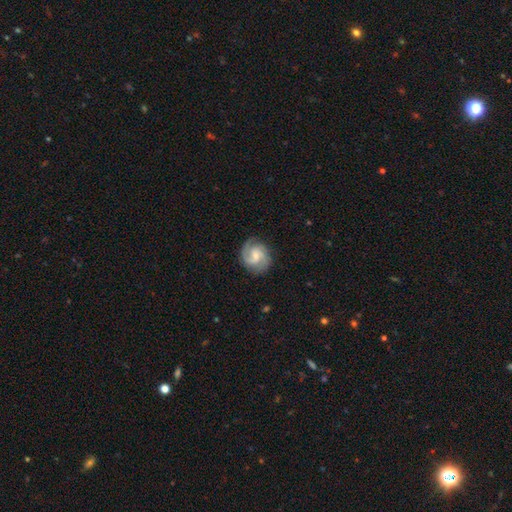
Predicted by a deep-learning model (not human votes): Smooth or featured? featured or disk (83%)
Edge-on disk? no (98%)
Bar? weak (47%)
Spiral arms? yes (97%)
Spiral winding? medium (49%)
Spiral arm count? 2 (71%)
Bulge size? small (55%)
Merging? none (82%)